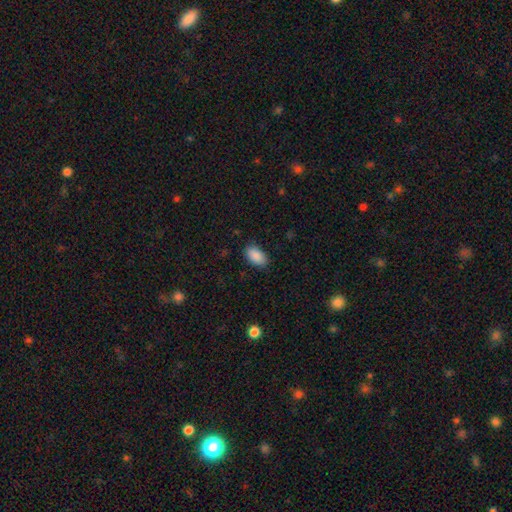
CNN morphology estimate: The model was most divided on "merging": none: 87%, minor disturbance: 10%, major disturbance: 3%, merger: 1%. More confident: how rounded — in between (94%); smooth or featured — smooth (89%).